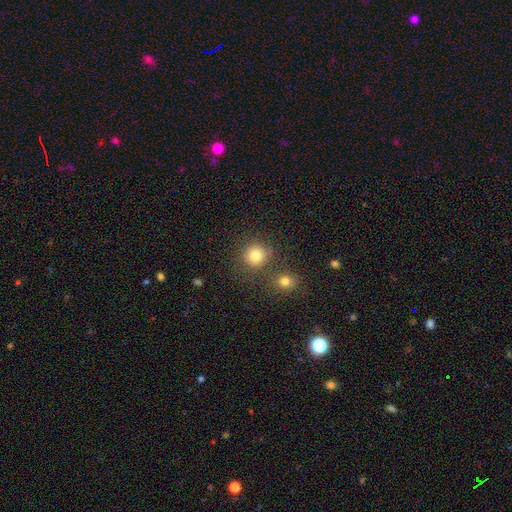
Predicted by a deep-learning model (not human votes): smooth 81%, star or artifact 13%, featured or disk 6%. Down the decision tree: how rounded — round (90%); merging — none (74%).